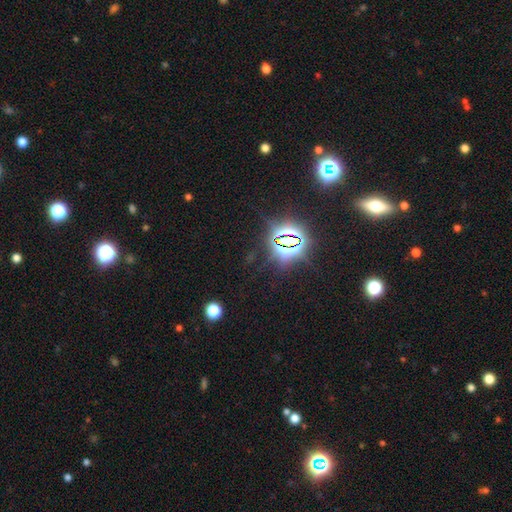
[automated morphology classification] smooth-or-featured: star or artifact: 79% | smooth: 14% | featured or disk: 8%